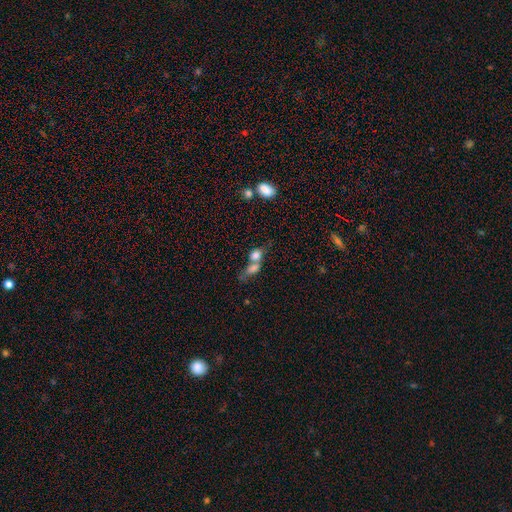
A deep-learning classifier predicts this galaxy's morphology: smooth 73%, featured or disk 16%, star or artifact 10%. Down the decision tree: how rounded — in between (58%); merging — merger (70%).